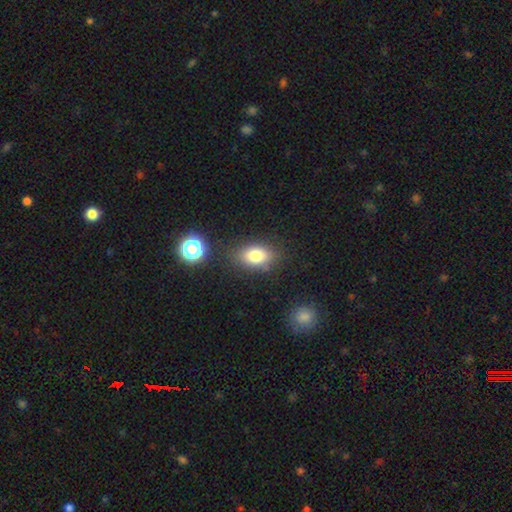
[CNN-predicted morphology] Smooth or featured: smooth — 79% (star or artifact — 11%)
How rounded: in between — 80% (round — 18%)
Merging: none — 79% (minor disturbance — 13%)